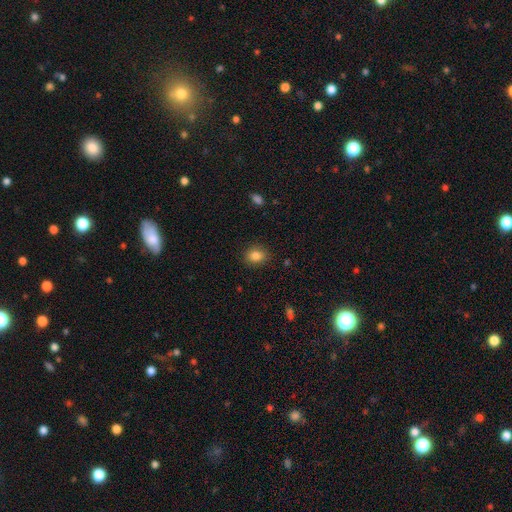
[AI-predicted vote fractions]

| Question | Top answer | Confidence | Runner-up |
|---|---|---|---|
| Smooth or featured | smooth | 84% | star or artifact (10%) |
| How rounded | round | 53% | in between (46%) |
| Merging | none | 87% | minor disturbance (10%) |